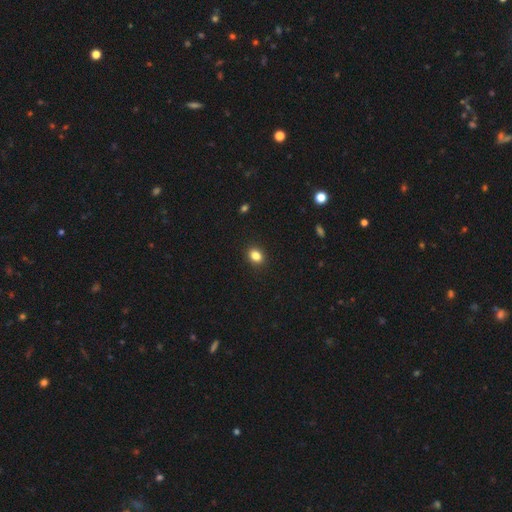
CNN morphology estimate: Q: Smooth or featured?
A: smooth (84%); runner-up: star or artifact (11%)
Q: How rounded?
A: in between (51%); runner-up: round (48%)
Q: Merging?
A: none (91%); runner-up: minor disturbance (6%)